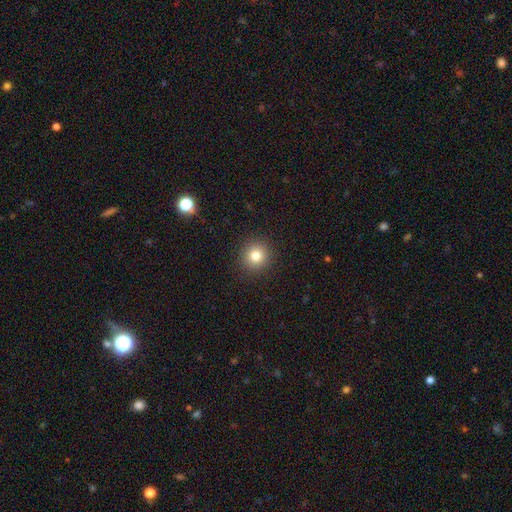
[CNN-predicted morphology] type=smooth (80%); roundness=round (92%); merging=none (91%).